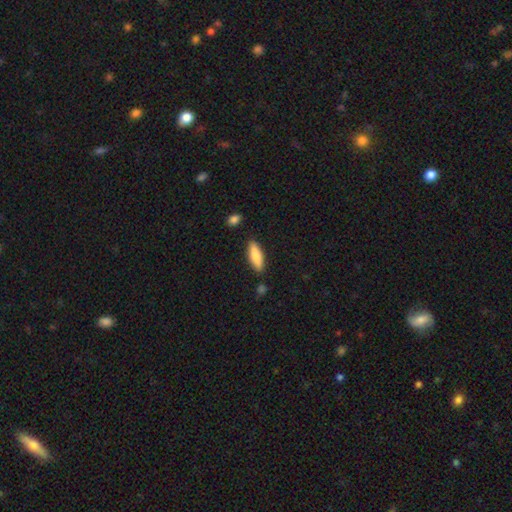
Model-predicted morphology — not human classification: A smooth galaxy with no disk features (83%) that is in between round and cigar-shaped (52%). Merging: none (85%).